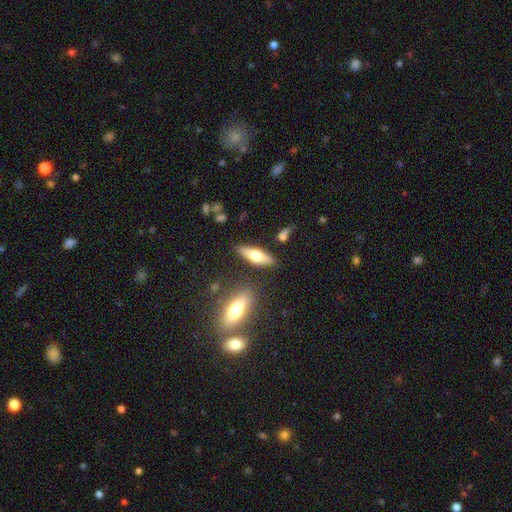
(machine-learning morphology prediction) Smooth or featured? Predicted: smooth (p=0.57). How rounded? Predicted: cigar-shaped (p=0.52). Merging? Predicted: none (p=0.82).